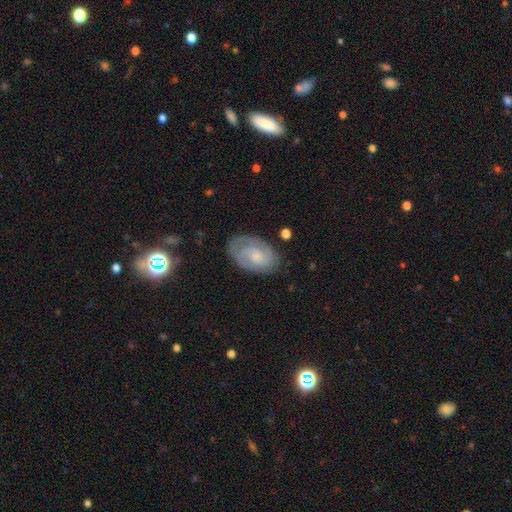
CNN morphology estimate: A featured or disk galaxy (68%) with no bar (71%), 2 (45%) tight (60%) spiral arms (89%) and a small central bulge (56%). Merging: none (73%).